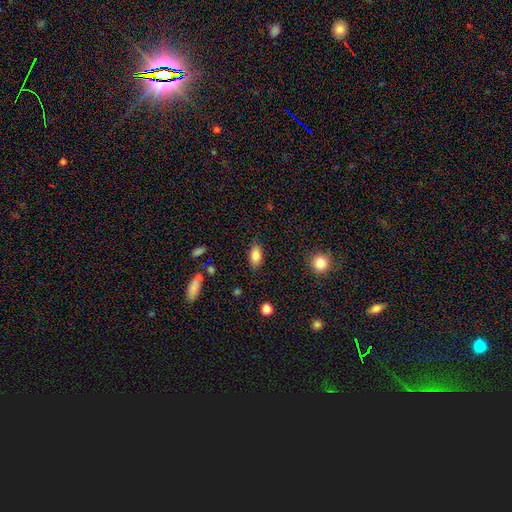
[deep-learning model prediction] smooth 81%, featured or disk 11%, star or artifact 8%. Down the decision tree: how rounded — in between (85%); merging — none (83%).